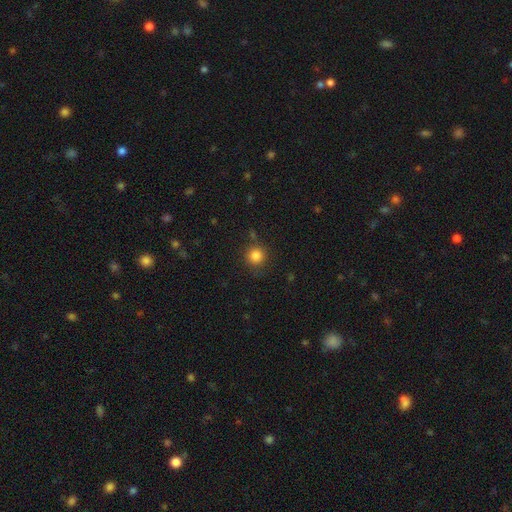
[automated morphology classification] A smooth galaxy with no disk features (84%) that is round (93%).

Vote fractions:
- Smooth or featured? smooth: 84% / star or artifact: 12% / featured or disk: 4%
- How rounded? round: 93% / in between: 6% / cigar-shaped: 1%
- Merging? none: 84% / minor disturbance: 10% / major disturbance: 3% / merger: 3%